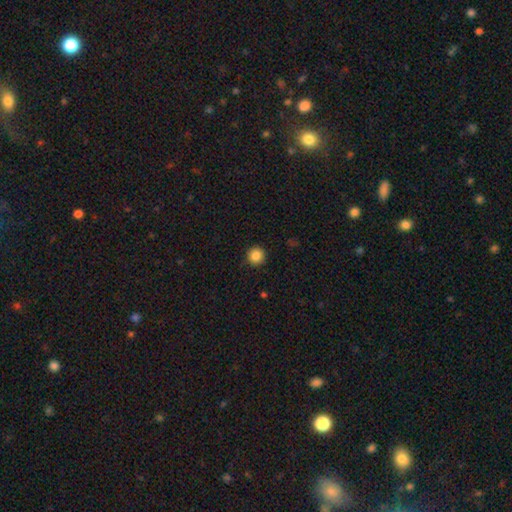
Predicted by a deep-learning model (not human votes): smooth_or_featured: smooth (p=0.86) [alt: star or artifact p=0.10]
how_rounded: round (p=0.95) [alt: in between p=0.04]
merging: none (p=0.91) [alt: minor disturbance p=0.06]